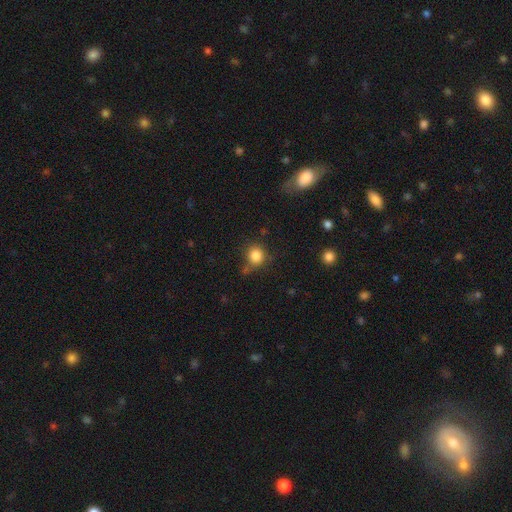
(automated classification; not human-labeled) A smooth galaxy with no disk features (84%) that is round (86%).

Vote fractions:
- Smooth or featured? smooth: 84% / star or artifact: 11% / featured or disk: 5%
- How rounded? round: 86% / in between: 13% / cigar-shaped: 1%
- Merging? none: 70% / minor disturbance: 16% / merger: 8% / major disturbance: 6%